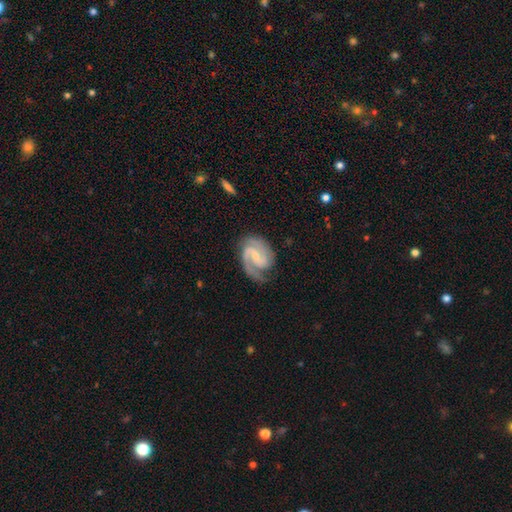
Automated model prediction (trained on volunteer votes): smooth-or-featured: featured or disk: 90% | smooth: 5% | star or artifact: 4%
  disk-edge-on: no: 98% | yes: 2%
    bar: weak: 51% | no: 27% | strong: 22%
    has-spiral-arms: yes: 98% | no: 2%
      spiral-winding: medium: 51% | tight: 38% | loose: 11%
      spiral-arm-count: 2: 84% | 3: 5% | 1: 4% | can't tell: 3% | 4: 1% | more than 4: 1%
    bulge-size: small: 63% | moderate: 23% | none: 11% | large: 1% | dominant: 1%
  merging: none: 73% | minor disturbance: 18% | major disturbance: 7% | merger: 2%